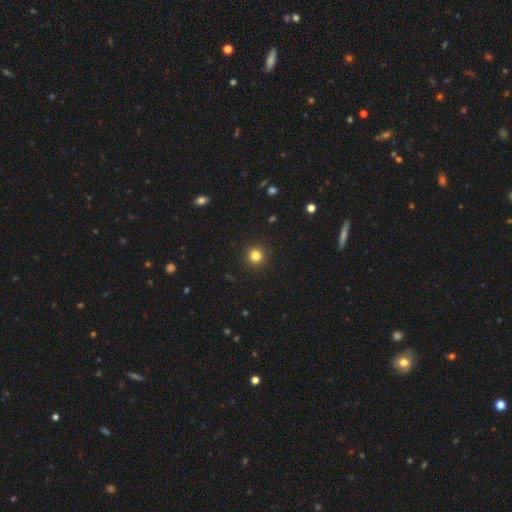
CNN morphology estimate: smooth 82%, star or artifact 13%, featured or disk 5%. Down the decision tree: how rounded — round (95%); merging — none (92%).